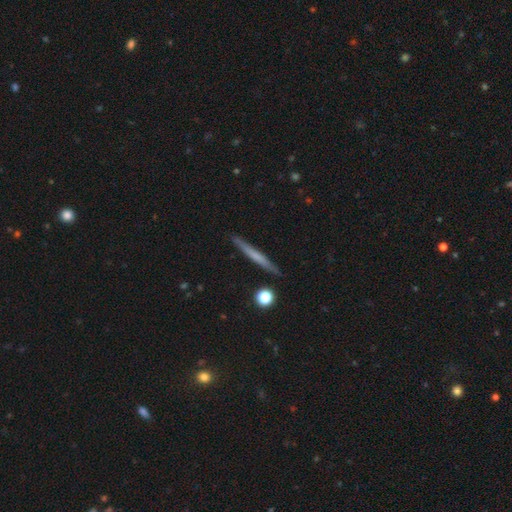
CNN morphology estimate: A smooth galaxy with no disk features (51%) that is cigar-shaped (96%). Merging: none (90%).